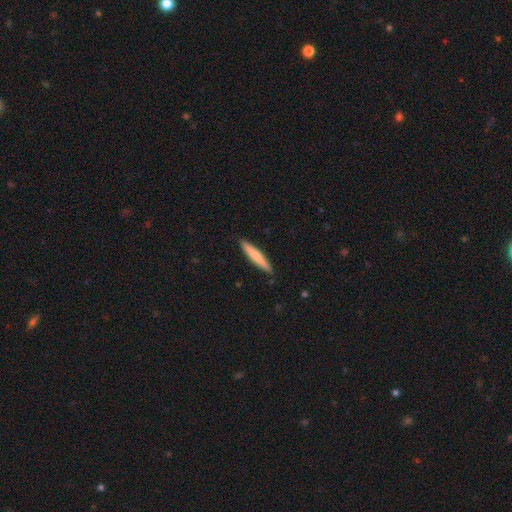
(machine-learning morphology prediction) smooth_or_featured: smooth (p=0.69) [alt: featured or disk p=0.26]
how_rounded: cigar-shaped (p=0.93) [alt: in between p=0.06]
merging: none (p=0.91) [alt: minor disturbance p=0.07]